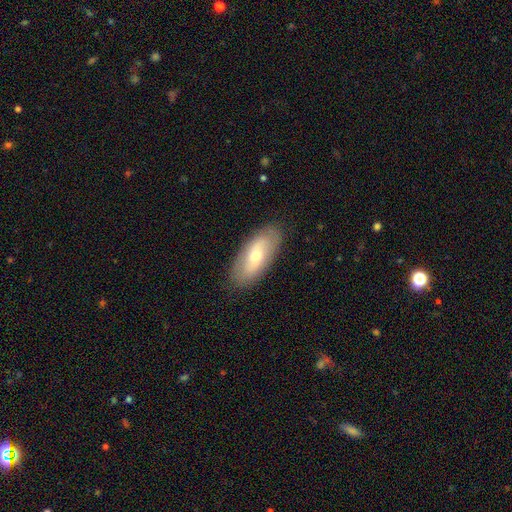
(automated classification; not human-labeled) Smooth or featured? smooth (54%)
How rounded? in between (86%)
Merging? none (87%)